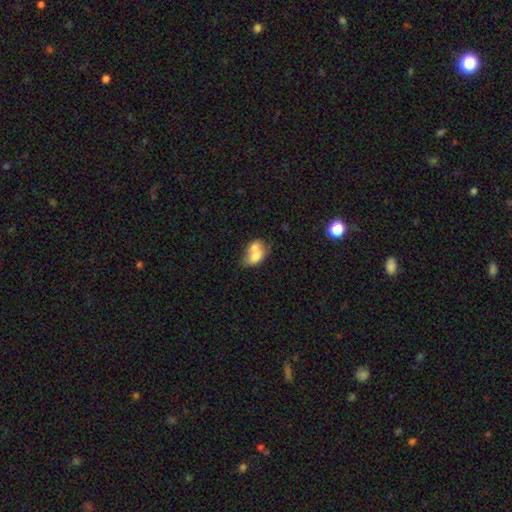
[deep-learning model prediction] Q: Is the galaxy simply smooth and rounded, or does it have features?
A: smooth — 69%.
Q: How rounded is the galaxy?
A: in between — 84%.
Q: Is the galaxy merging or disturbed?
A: merger — 61%.